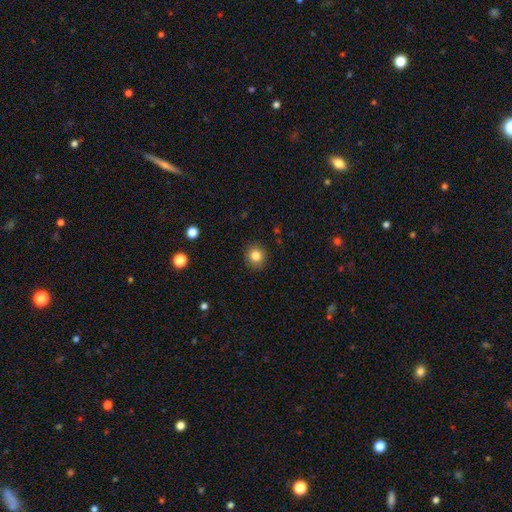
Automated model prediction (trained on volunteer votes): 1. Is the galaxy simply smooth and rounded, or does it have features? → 83% smooth, 11% star or artifact, 6% featured or disk.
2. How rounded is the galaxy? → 88% round, 11% in between, 1% cigar-shaped.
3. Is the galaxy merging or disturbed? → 90% none, 7% minor disturbance, 2% major disturbance, 1% merger.